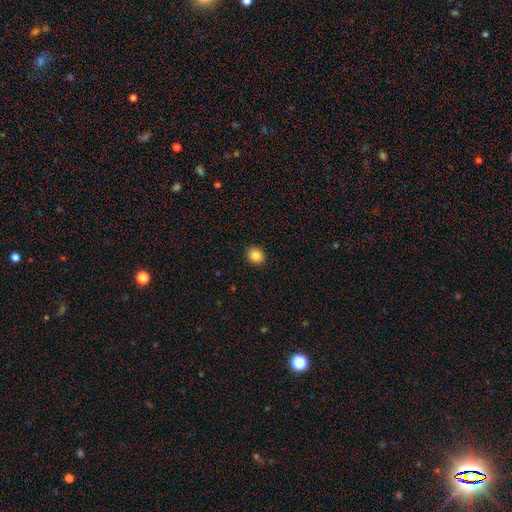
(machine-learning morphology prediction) Overall: smooth (85%). How rounded: round (75%). Merging: none (91%).